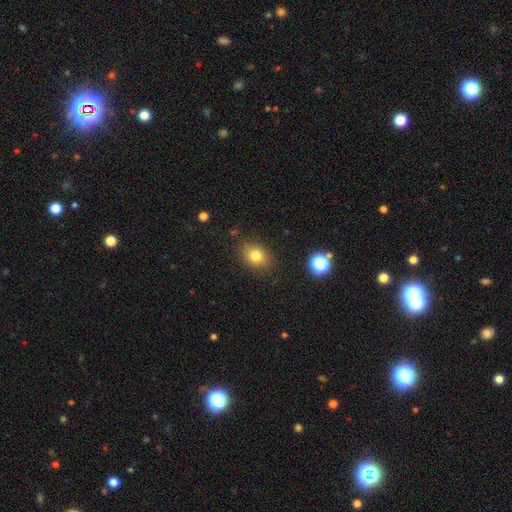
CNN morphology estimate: Smooth or featured? Predicted: smooth (p=0.79). How rounded? Predicted: in between (p=0.62). Merging? Predicted: none (p=0.85).